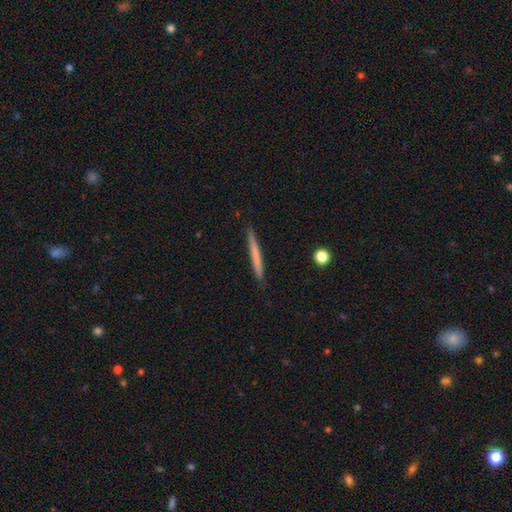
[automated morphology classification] This appears to be a smooth galaxy with no disk features (62%) that is cigar-shaped (97%). Merging: none (90%).